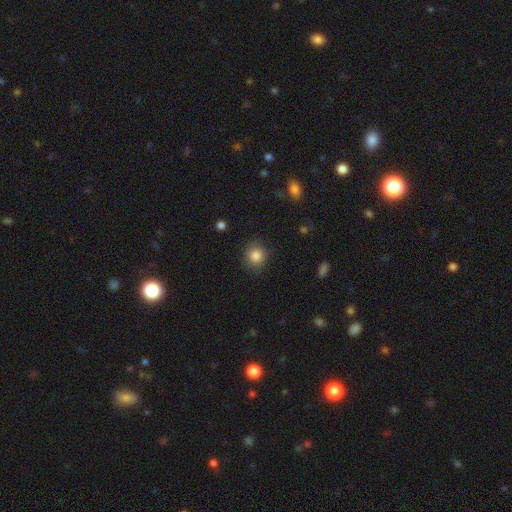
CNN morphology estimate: smooth-or-featured: smooth: 86% | star or artifact: 10% | featured or disk: 5%
  how-rounded: round: 86% | in between: 13% | cigar-shaped: 1%
  merging: none: 85% | minor disturbance: 10% | major disturbance: 3% | merger: 1%